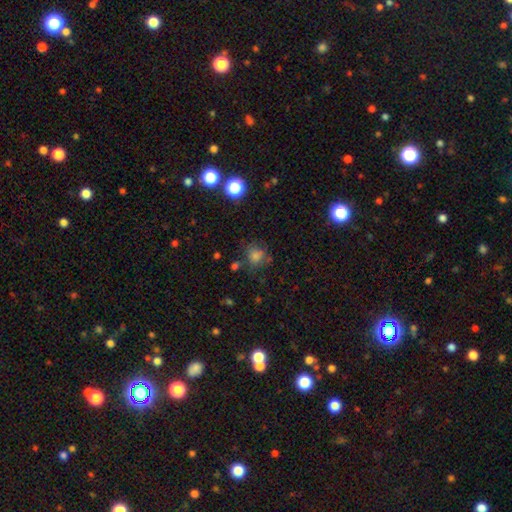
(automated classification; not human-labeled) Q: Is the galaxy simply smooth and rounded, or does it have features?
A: smooth — 74%.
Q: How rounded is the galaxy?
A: round — 83%.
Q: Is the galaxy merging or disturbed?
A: none — 72%.